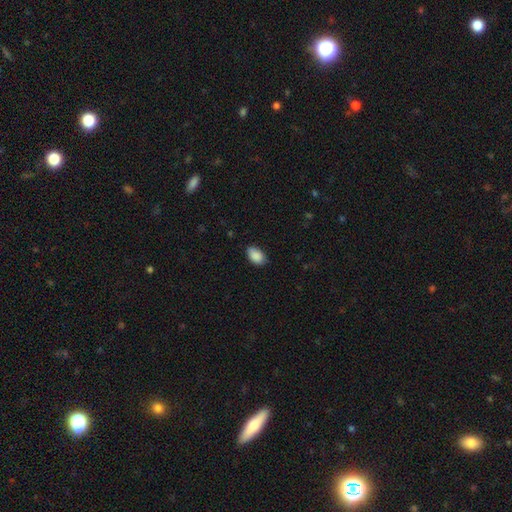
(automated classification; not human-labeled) A smooth galaxy with no disk features (89%) that is in between round and cigar-shaped (92%). Merging: none (78%).